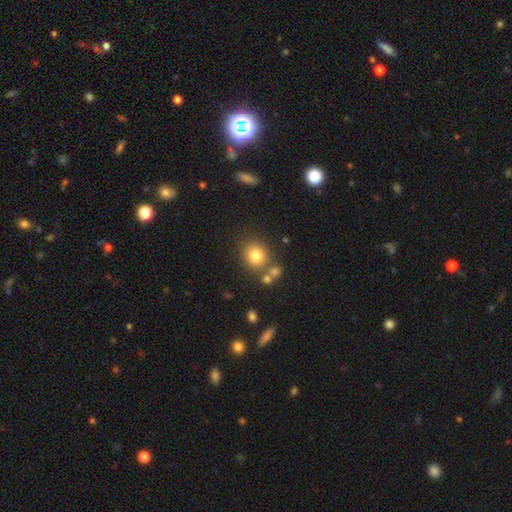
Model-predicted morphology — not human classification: Q: Smooth or featured?
A: smooth (79%); runner-up: star or artifact (12%)
Q: How rounded?
A: round (78%); runner-up: in between (21%)
Q: Merging?
A: none (70%); runner-up: merger (15%)